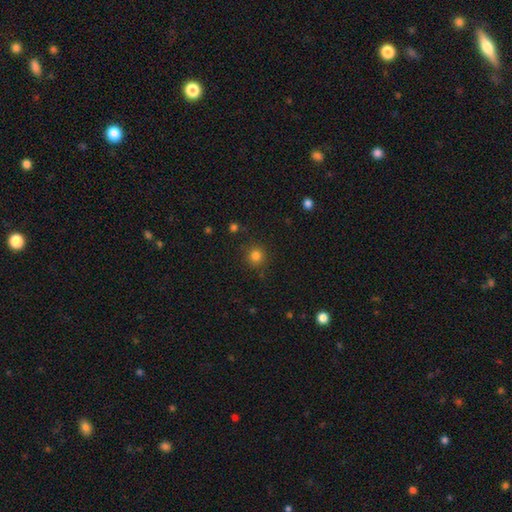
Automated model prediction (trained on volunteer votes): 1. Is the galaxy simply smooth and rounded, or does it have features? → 82% smooth, 13% star or artifact, 5% featured or disk.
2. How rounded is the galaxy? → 93% round, 6% in between, 1% cigar-shaped.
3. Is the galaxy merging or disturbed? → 87% none, 8% minor disturbance, 3% major disturbance, 2% merger.